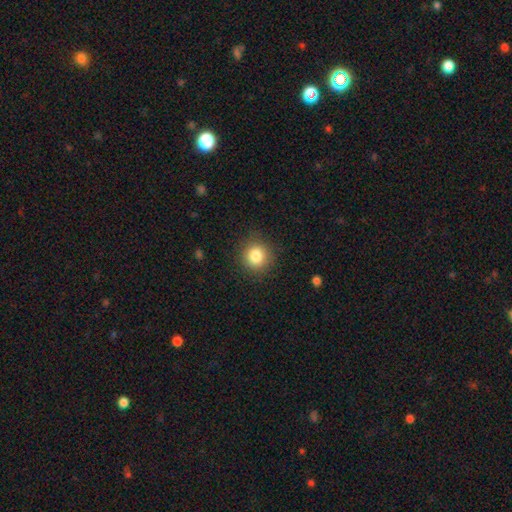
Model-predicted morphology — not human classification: This is clearly a smooth galaxy (84%). How rounded: clearly round (90%). Merging: clearly none (89%).